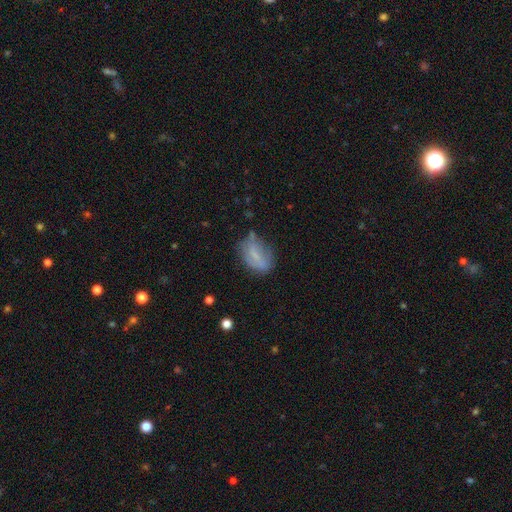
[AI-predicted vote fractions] The model was most divided on "merging": none: 54%, minor disturbance: 31%, major disturbance: 11%, merger: 3%. More confident: how rounded — in between (84%); smooth or featured — smooth (57%).